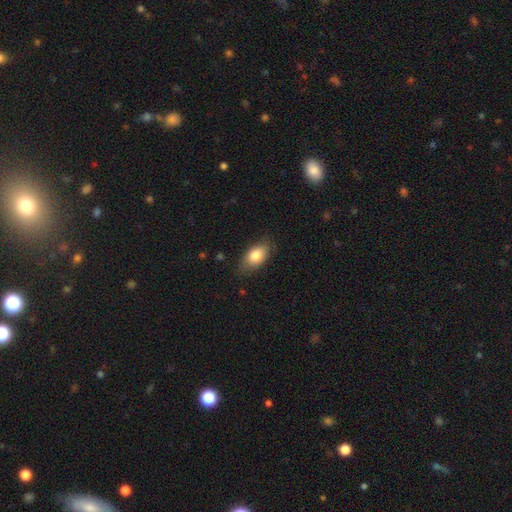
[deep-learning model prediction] A smooth galaxy with no disk features (81%) that is in between round and cigar-shaped (90%). Merging: none (78%).